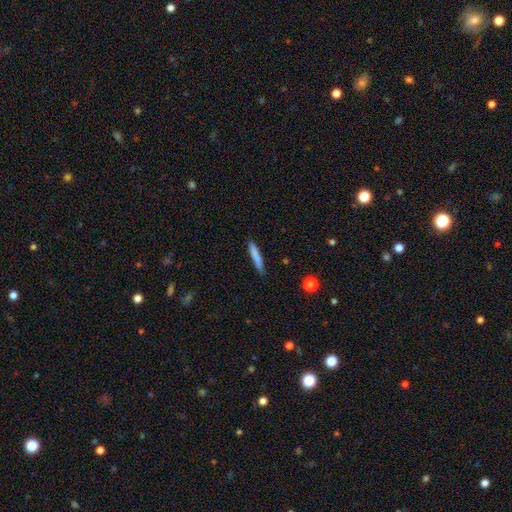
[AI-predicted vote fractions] Smooth or featured: smooth — 81% (featured or disk — 13%)
How rounded: cigar-shaped — 92% (in between — 6%)
Merging: none — 83% (minor disturbance — 13%)